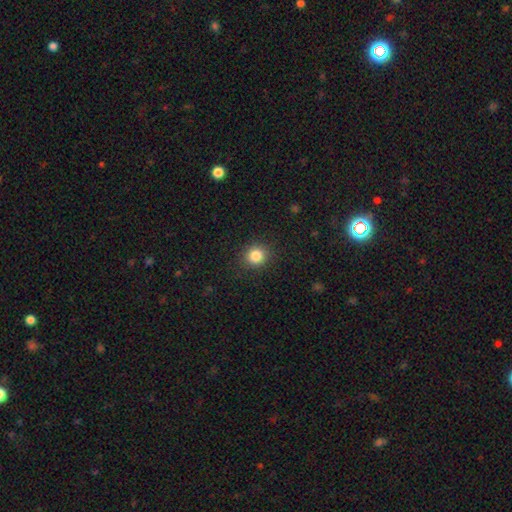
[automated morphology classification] Smooth or featured?
  - smooth: 84% *
  - star or artifact: 11%
  - featured or disk: 5%
How rounded?
  - round: 88% *
  - in between: 11%
  - cigar-shaped: 1%
Merging?
  - none: 89% *
  - minor disturbance: 7%
  - major disturbance: 3%
  - merger: 1%